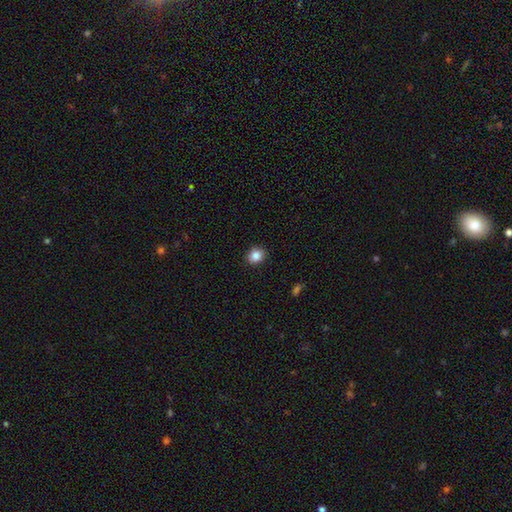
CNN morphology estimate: This appears to be a smooth galaxy with no disk features (85%) that is round (63%). Merging: none (88%).